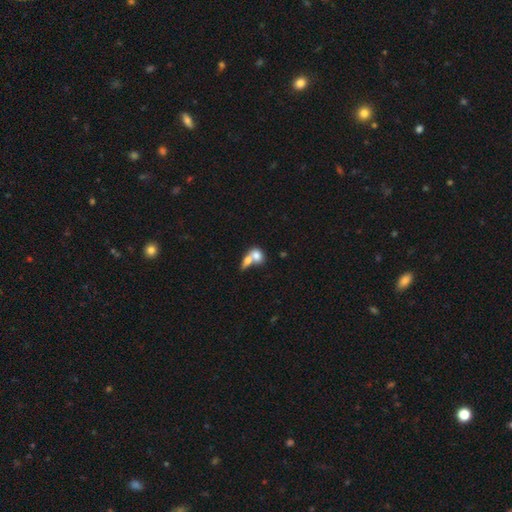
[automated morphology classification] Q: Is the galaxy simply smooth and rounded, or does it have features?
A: smooth — 73%.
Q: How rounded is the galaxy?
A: in between — 65%.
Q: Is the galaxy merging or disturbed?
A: merger — 71%.